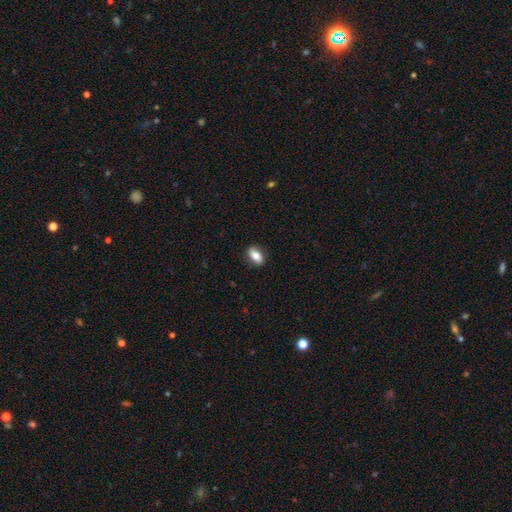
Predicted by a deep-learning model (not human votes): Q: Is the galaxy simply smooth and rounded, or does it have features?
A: smooth — 77%.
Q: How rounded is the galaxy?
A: in between — 86%.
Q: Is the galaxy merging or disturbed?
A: none — 86%.